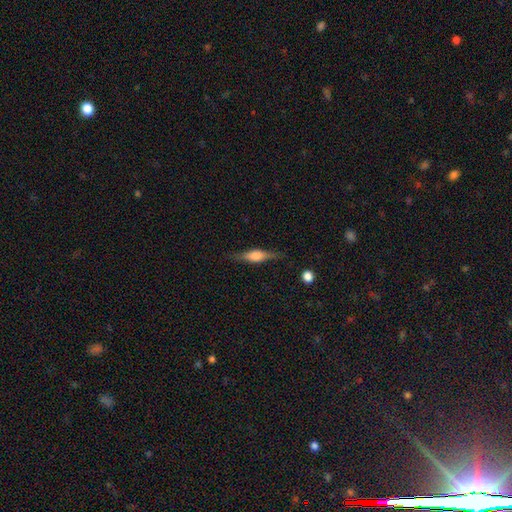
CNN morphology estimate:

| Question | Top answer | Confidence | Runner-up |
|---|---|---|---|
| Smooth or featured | featured or disk | 65% | smooth (28%) |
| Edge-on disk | yes | 96% | no (4%) |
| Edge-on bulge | rounded | 79% | boxy (18%) |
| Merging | none | 82% | minor disturbance (12%) |